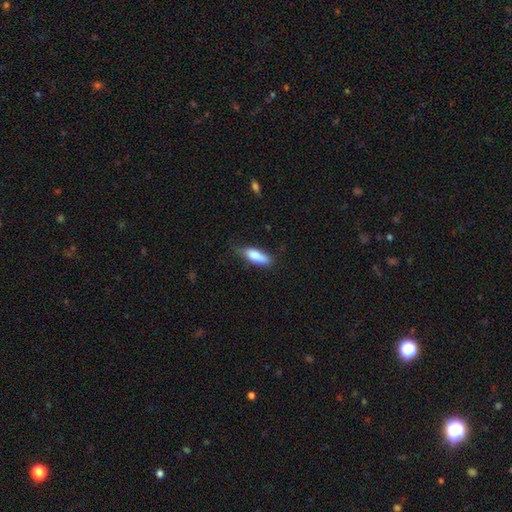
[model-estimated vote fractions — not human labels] Morphology: type=smooth (82%); roundness=in between (60%); merging=none (63%).